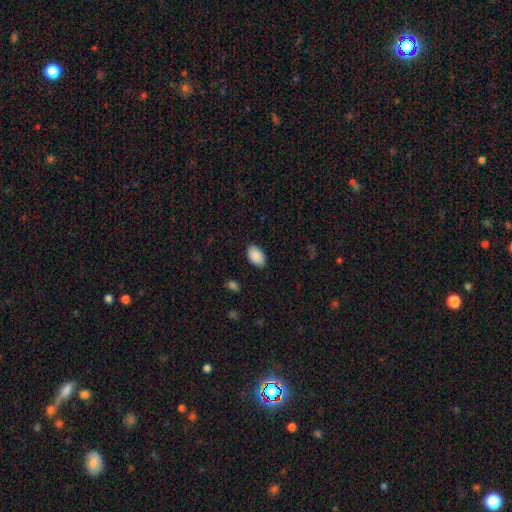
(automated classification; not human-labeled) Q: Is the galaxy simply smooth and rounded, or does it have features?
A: smooth — 90%.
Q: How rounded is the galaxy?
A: in between — 93%.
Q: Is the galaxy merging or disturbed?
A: none — 87%.